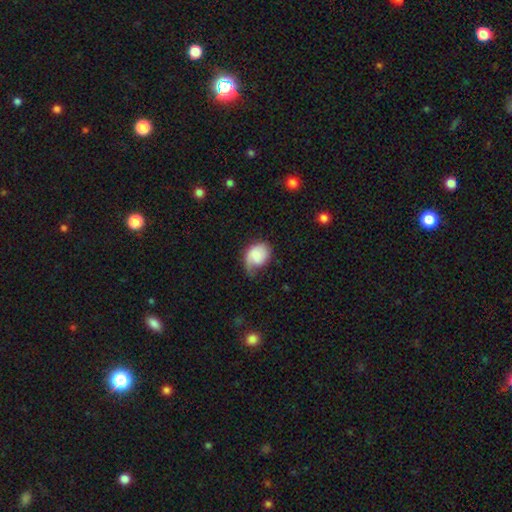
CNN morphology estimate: A smooth galaxy with no disk features (59%) that is in between round and cigar-shaped (62%).

Vote fractions:
- Smooth or featured? smooth: 59% / featured or disk: 34% / star or artifact: 7%
- How rounded? in between: 62% / round: 37% / cigar-shaped: 1%
- Merging? minor disturbance: 37% / none: 33% / major disturbance: 27% / merger: 2%